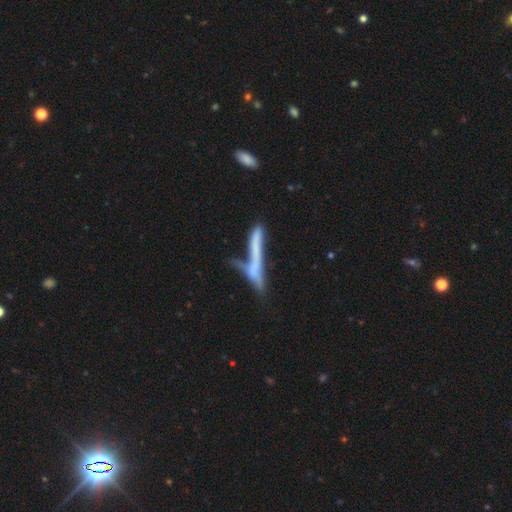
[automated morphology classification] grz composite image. It shows a featured or disk galaxy (45%). Merging: merger (39%).